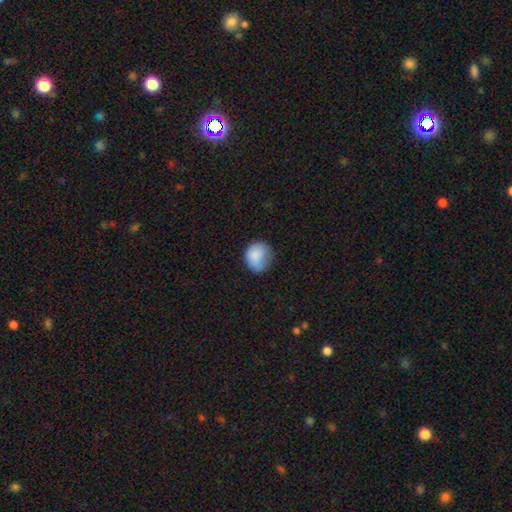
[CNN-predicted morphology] Q: Smooth or featured?
A: smooth (83%); runner-up: featured or disk (9%)
Q: How rounded?
A: round (66%); runner-up: in between (33%)
Q: Merging?
A: none (56%); runner-up: minor disturbance (31%)